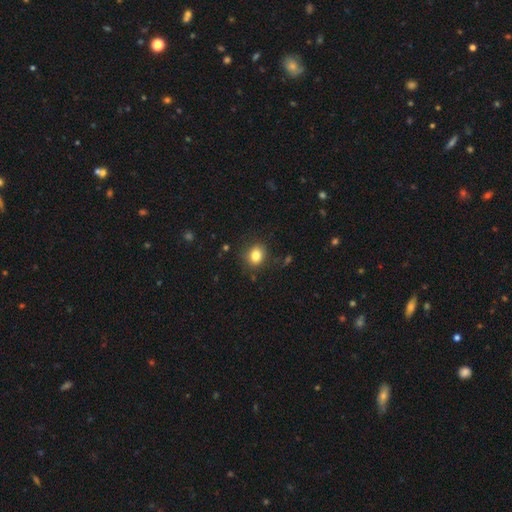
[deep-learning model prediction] Morphology: type=smooth (83%); roundness=round (60%); merging=none (84%).